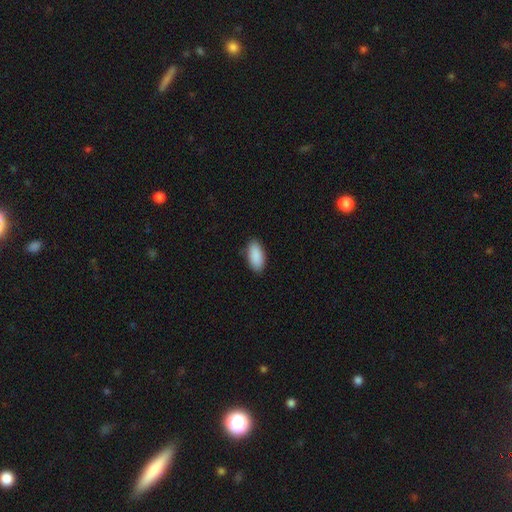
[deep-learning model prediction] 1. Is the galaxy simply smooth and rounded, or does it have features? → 91% smooth, 6% star or artifact, 3% featured or disk.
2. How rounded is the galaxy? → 93% in between, 5% cigar-shaped, 2% round.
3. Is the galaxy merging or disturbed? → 86% none, 11% minor disturbance, 2% major disturbance, 1% merger.